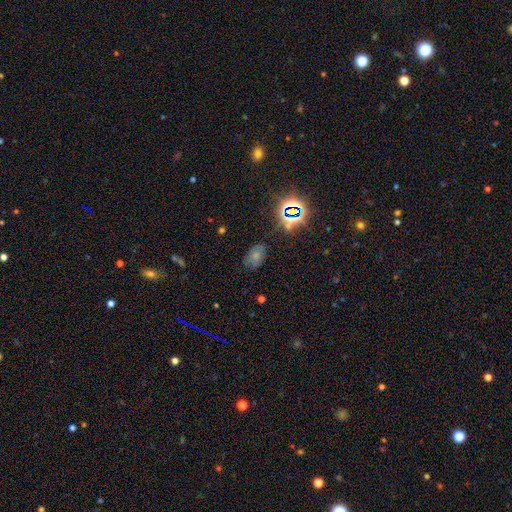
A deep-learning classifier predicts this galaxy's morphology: The model was most divided on "smooth or featured": smooth: 50%, star or artifact: 32%, featured or disk: 18%. More confident: how rounded — in between (86%); merging — none (70%).